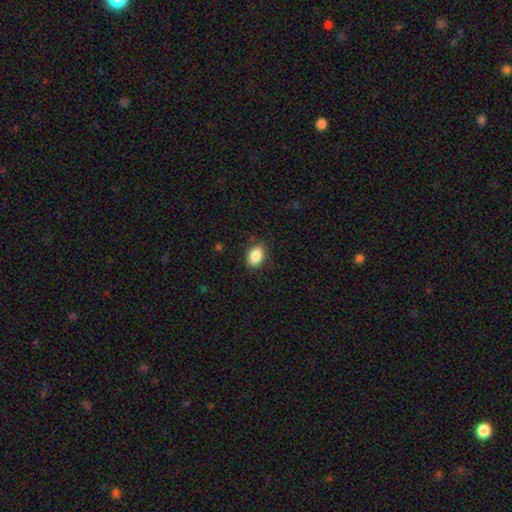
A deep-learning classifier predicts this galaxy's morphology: smooth 87%, star or artifact 8%, featured or disk 5%. Down the decision tree: how rounded — in between (86%); merging — none (83%).